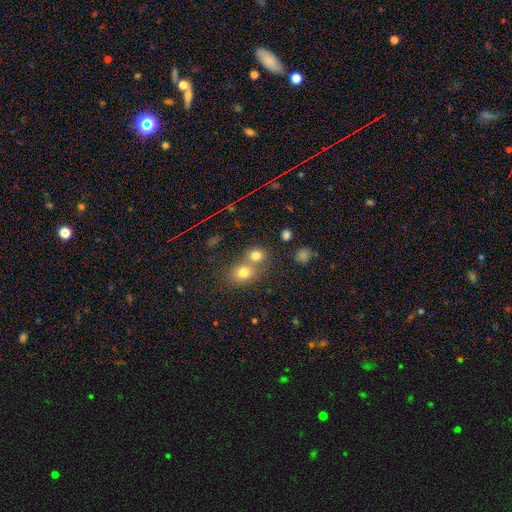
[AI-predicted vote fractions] Overall: smooth (76%). How rounded: round (78%). Merging: merger (47%; none 44%).